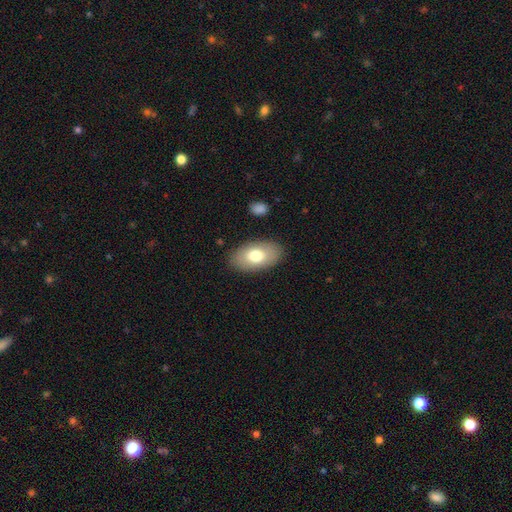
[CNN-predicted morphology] Smooth or featured? Predicted: smooth (p=0.74). How rounded? Predicted: in between (p=0.94). Merging? Predicted: none (p=0.86).